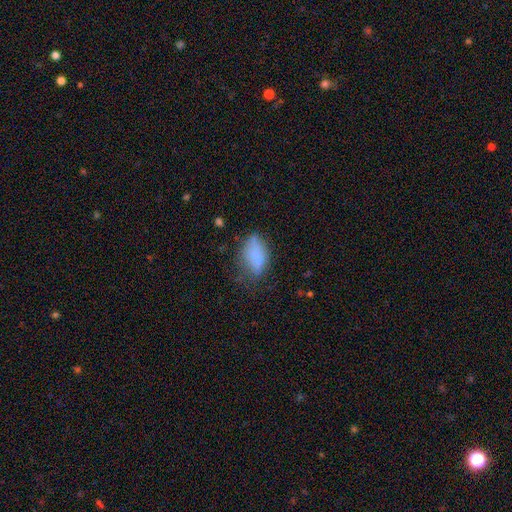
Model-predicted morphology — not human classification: Smooth or featured? smooth (72%)
How rounded? in between (88%)
Merging? none (45%)